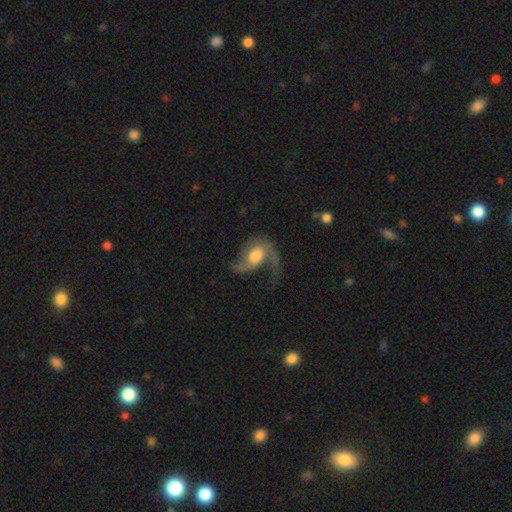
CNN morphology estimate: This is likely a featured or disk galaxy (77%). It is clearly not viewed edge-on (97%). Bar: possibly no (57%). Spiral arm pattern: clearly yes (92%). Spiral arm count: likely 2 (77%). Spiral winding: likely loose (62%). Central bulge: marginally moderate (43%). Merging: marginally none (42%).